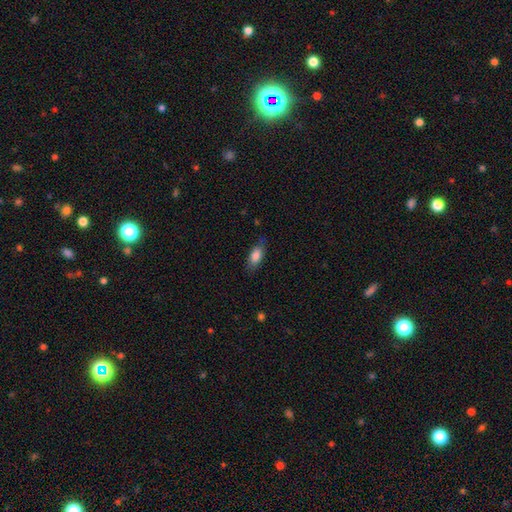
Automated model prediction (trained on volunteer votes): Overall: smooth (81%). How rounded: in between (81%). Merging: none (77%).